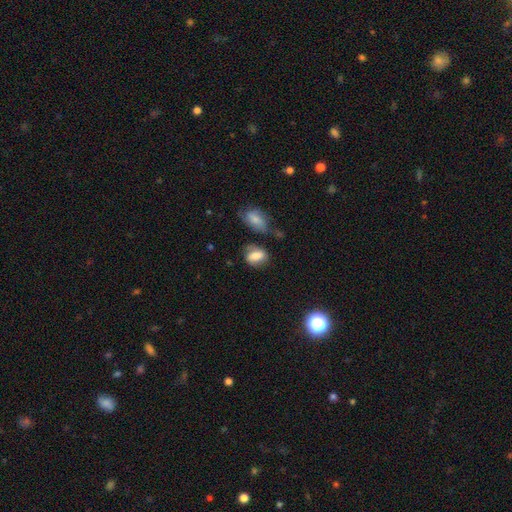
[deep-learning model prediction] Q: Smooth or featured?
A: smooth (69%); runner-up: featured or disk (21%)
Q: How rounded?
A: in between (77%); runner-up: round (20%)
Q: Merging?
A: none (55%); runner-up: minor disturbance (25%)